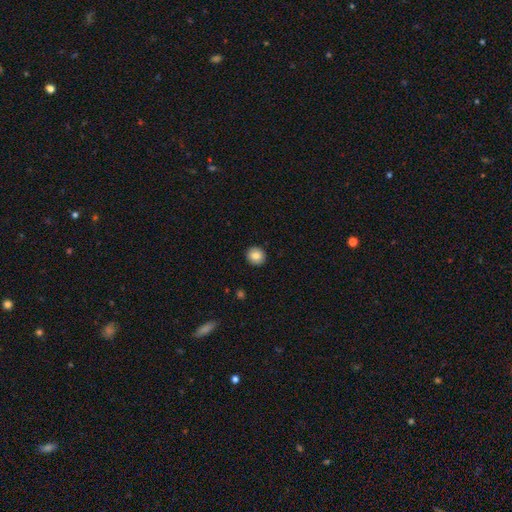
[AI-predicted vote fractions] Smooth or featured?
  - smooth: 83% *
  - star or artifact: 9%
  - featured or disk: 8%
How rounded?
  - round: 88% *
  - in between: 11%
  - cigar-shaped: 1%
Merging?
  - none: 92% *
  - minor disturbance: 5%
  - major disturbance: 2%
  - merger: 1%